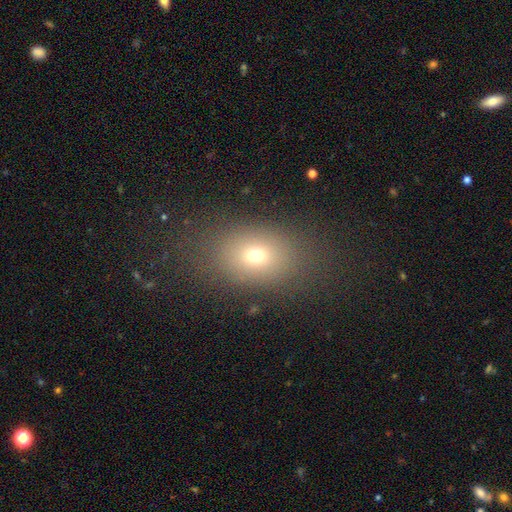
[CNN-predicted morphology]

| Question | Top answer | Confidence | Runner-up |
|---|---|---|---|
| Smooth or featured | smooth | 69% | star or artifact (17%) |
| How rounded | in between | 75% | round (23%) |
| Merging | none | 81% | minor disturbance (11%) |